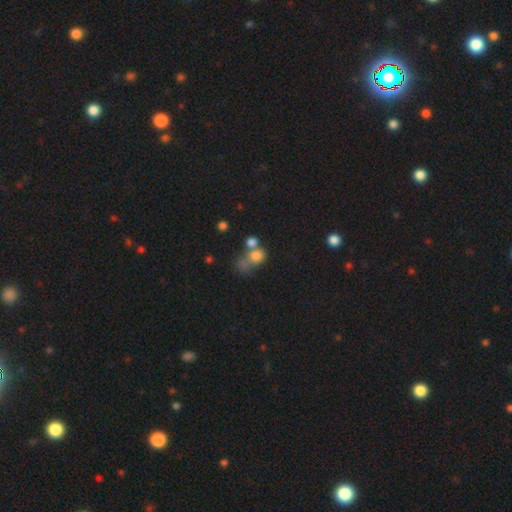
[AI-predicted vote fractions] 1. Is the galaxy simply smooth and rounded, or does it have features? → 72% smooth, 14% star or artifact, 14% featured or disk.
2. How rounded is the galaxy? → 63% round, 36% in between, 2% cigar-shaped.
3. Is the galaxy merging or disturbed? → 48% merger, 27% none, 13% major disturbance, 12% minor disturbance.